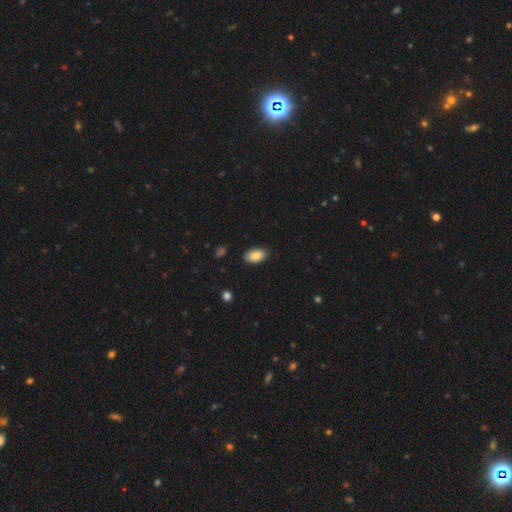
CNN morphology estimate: A smooth galaxy with no disk features (87%) that is in between round and cigar-shaped (93%). Merging: none (86%).